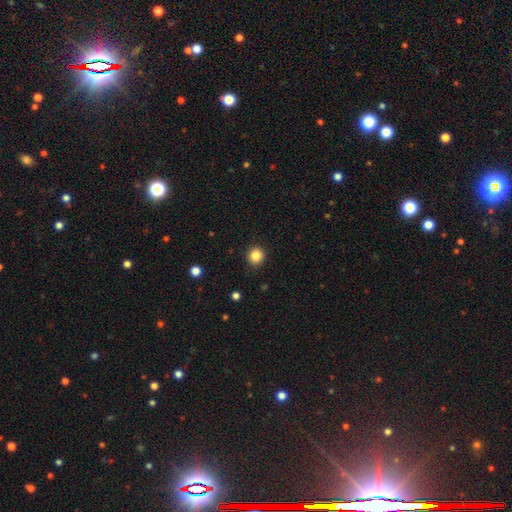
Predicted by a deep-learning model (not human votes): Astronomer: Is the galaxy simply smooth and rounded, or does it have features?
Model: smooth — 85%.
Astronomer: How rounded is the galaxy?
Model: round — 93%.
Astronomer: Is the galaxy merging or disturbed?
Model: none — 91%.